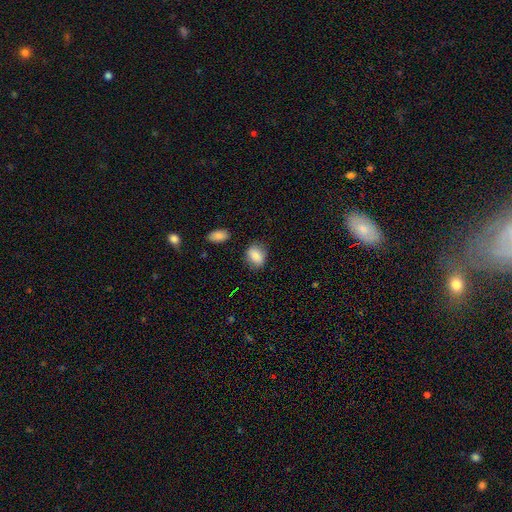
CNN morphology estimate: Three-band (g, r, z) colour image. It shows a smooth galaxy with no disk features (83%) that is in between round and cigar-shaped (68%). Merging: none (80%).